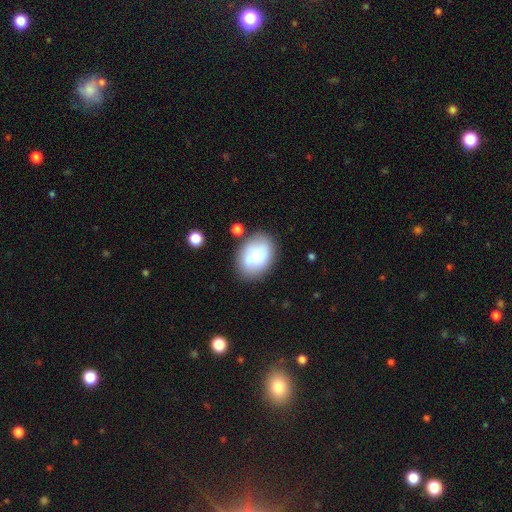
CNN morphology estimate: A smooth galaxy with no disk features (73%) that is in between round and cigar-shaped (75%). Merging: none (66%).